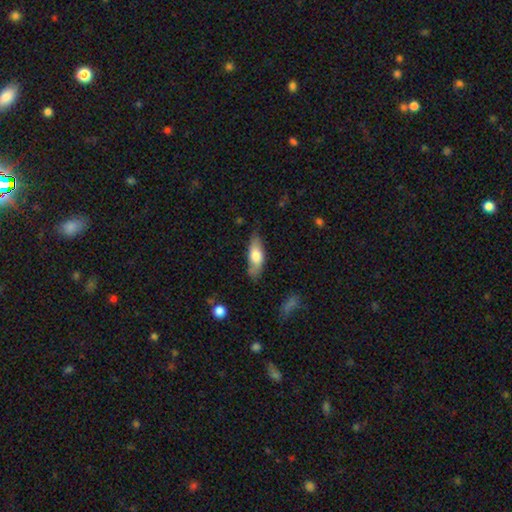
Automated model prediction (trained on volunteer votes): Smooth or featured: smooth — 68% (featured or disk — 26%)
How rounded: in between — 67% (cigar-shaped — 30%)
Merging: none — 74% (minor disturbance — 20%)